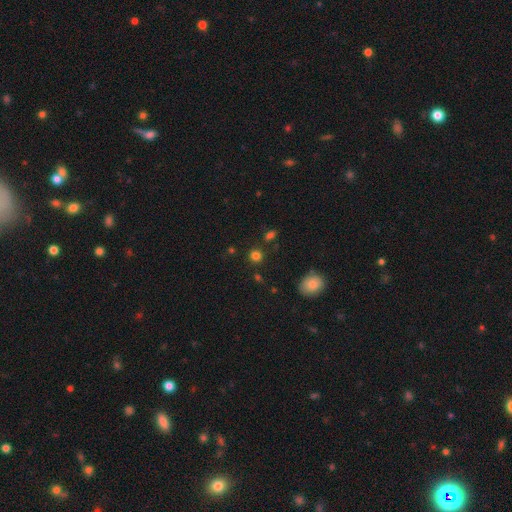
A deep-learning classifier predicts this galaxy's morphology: This appears to be a smooth galaxy with no disk features (77%) that is round (90%). Merging: none (86%).